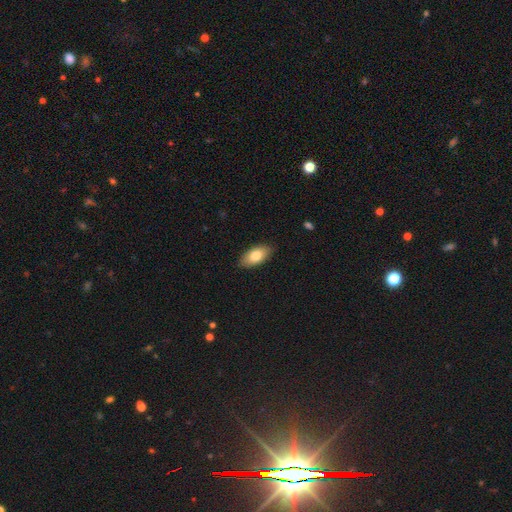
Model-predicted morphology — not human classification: Smooth or featured? Predicted: smooth (p=0.79). How rounded? Predicted: in between (p=0.92). Merging? Predicted: none (p=0.88).